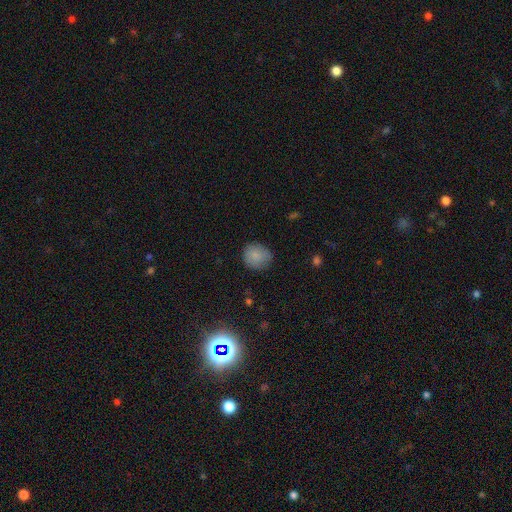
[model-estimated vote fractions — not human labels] Smooth or featured: smooth — 85% (star or artifact — 8%)
How rounded: round — 84% (in between — 15%)
Merging: none — 79% (minor disturbance — 16%)